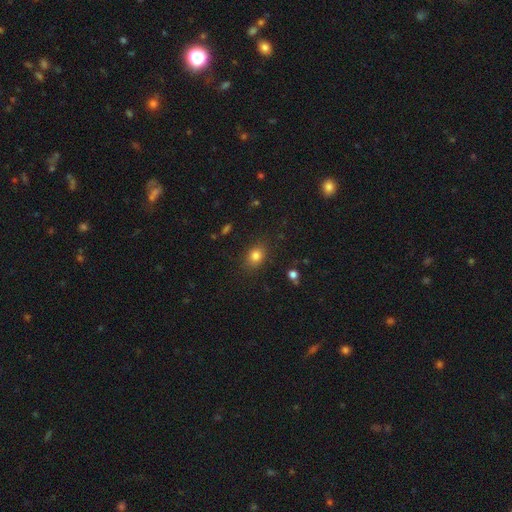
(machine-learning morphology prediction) Q: Smooth or featured?
A: smooth (81%); runner-up: star or artifact (12%)
Q: How rounded?
A: in between (53%); runner-up: round (45%)
Q: Merging?
A: none (83%); runner-up: minor disturbance (12%)